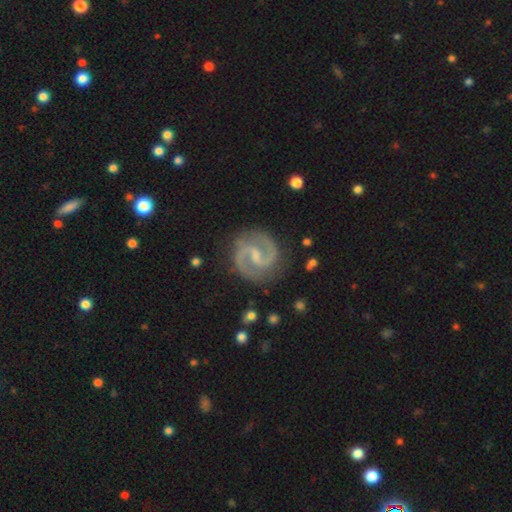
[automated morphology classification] featured or disk 93%, star or artifact 4%, smooth 3%. Down the decision tree: edge-on disk — no (98%); bar — weak (54%); spiral arms — yes (98%); spiral arm count — 2 (95%); spiral winding — medium (62%); bulge size — small (51%); merging — none (86%).